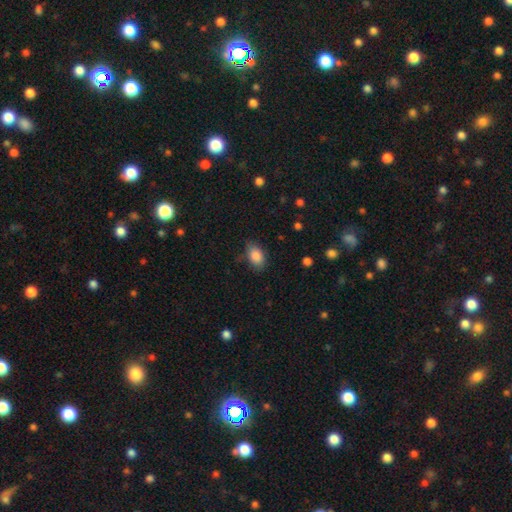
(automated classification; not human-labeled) Smooth or featured? smooth (85%)
How rounded? in between (87%)
Merging? none (75%)